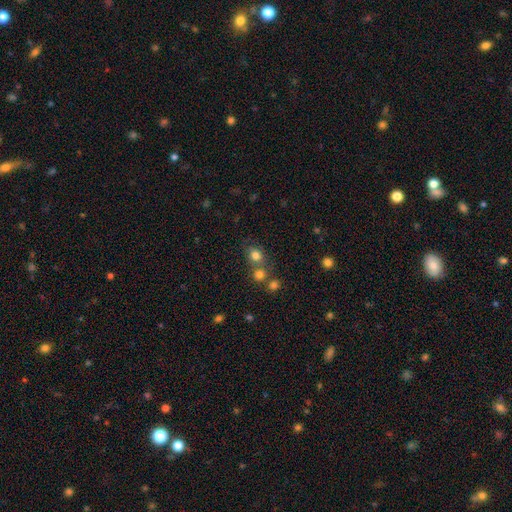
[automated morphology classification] smooth_or_featured: smooth (p=0.77) [alt: star or artifact p=0.15]
how_rounded: round (p=0.76) [alt: in between p=0.23]
merging: none (p=0.59) [alt: merger p=0.28]